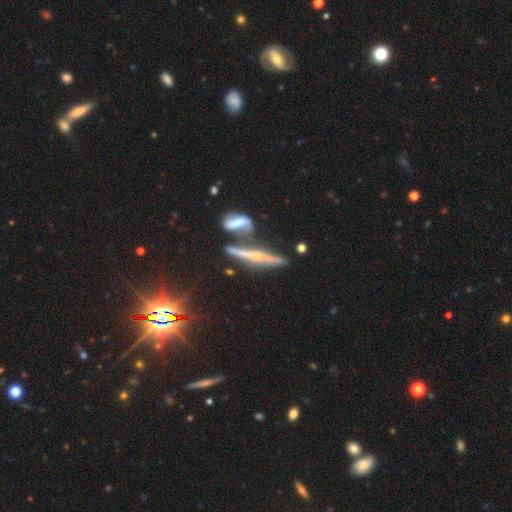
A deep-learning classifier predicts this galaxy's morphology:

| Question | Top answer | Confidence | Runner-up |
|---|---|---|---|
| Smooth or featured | featured or disk | 58% | star or artifact (23%) |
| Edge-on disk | yes | 86% | no (14%) |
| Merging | none | 49% | merger (34%) |